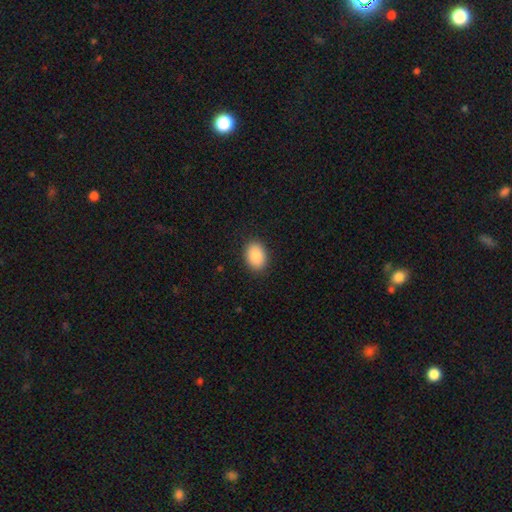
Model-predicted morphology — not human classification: smooth-or-featured: smooth: 89% | star or artifact: 7% | featured or disk: 4%
  how-rounded: in between: 79% | round: 20% | cigar-shaped: 1%
  merging: none: 89% | minor disturbance: 8% | major disturbance: 2% | merger: 1%